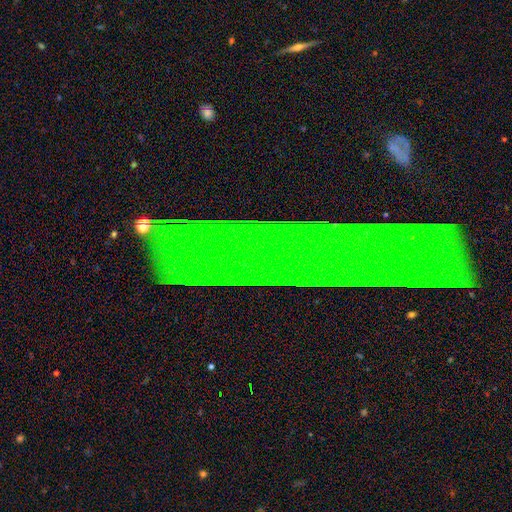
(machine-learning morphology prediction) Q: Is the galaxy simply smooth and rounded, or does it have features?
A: star or artifact — 68%.